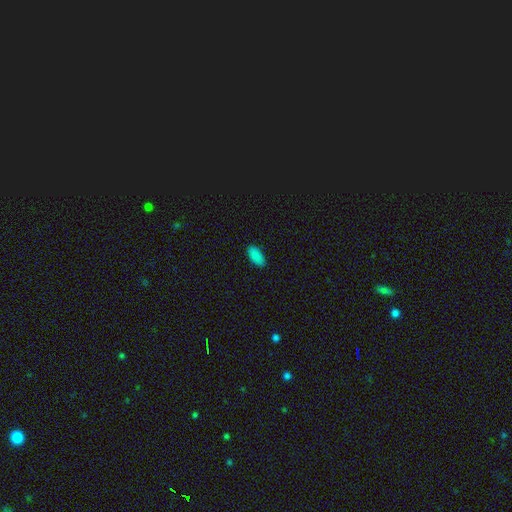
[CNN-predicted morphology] A smooth galaxy with no disk features (87%) that is in between round and cigar-shaped (91%). Merging: none (87%).